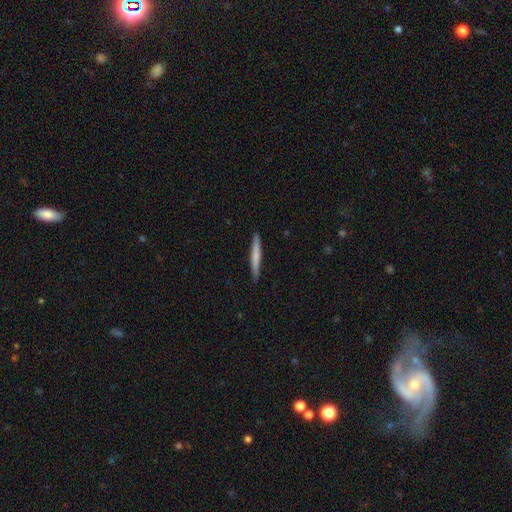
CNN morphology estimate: Smooth or featured? Predicted: smooth (p=0.65). How rounded? Predicted: cigar-shaped (p=0.96). Merging? Predicted: none (p=0.90).